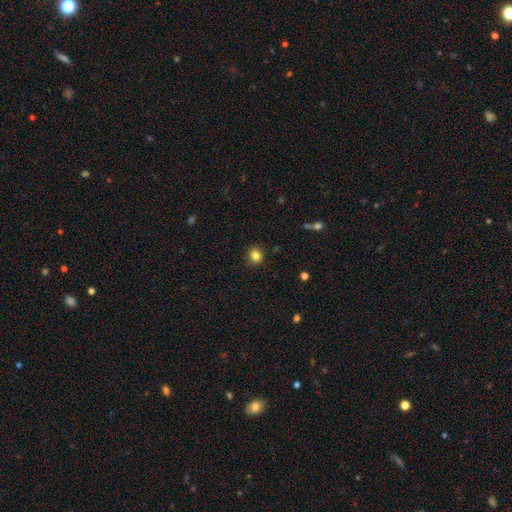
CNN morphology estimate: smooth_or_featured: smooth (p=0.83) [alt: star or artifact p=0.12]
how_rounded: round (p=0.89) [alt: in between p=0.10]
merging: none (p=0.89) [alt: minor disturbance p=0.07]